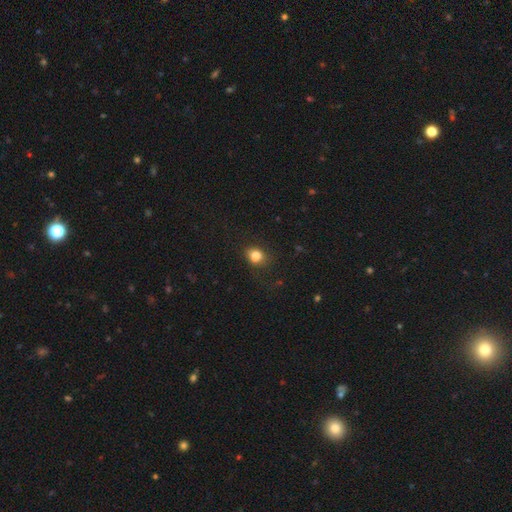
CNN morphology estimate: smooth_or_featured: smooth (p=0.83) [alt: star or artifact p=0.12]
how_rounded: round (p=0.64) [alt: in between p=0.35]
merging: none (p=0.77) [alt: minor disturbance p=0.16]